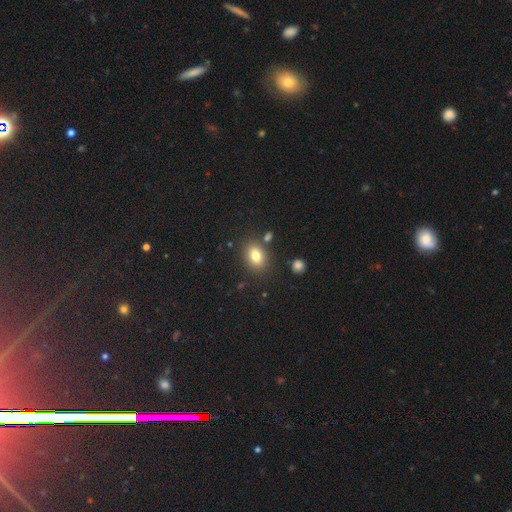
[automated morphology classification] Smooth or featured?
  - smooth: 80% *
  - star or artifact: 10%
  - featured or disk: 10%
How rounded?
  - in between: 76% *
  - round: 23%
  - cigar-shaped: 1%
Merging?
  - none: 80% *
  - minor disturbance: 11%
  - merger: 6%
  - major disturbance: 3%